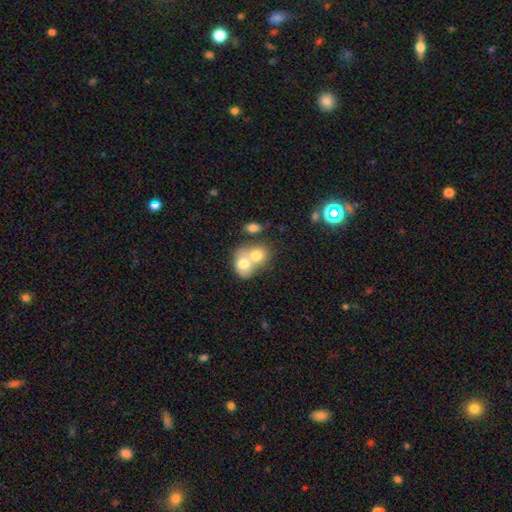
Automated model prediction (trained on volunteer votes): Smooth or featured?
  - smooth: 71% *
  - featured or disk: 21%
  - star or artifact: 8%
How rounded?
  - in between: 50% *
  - round: 49%
  - cigar-shaped: 1%
Merging?
  - merger: 73% *
  - none: 19%
  - minor disturbance: 6%
  - major disturbance: 3%